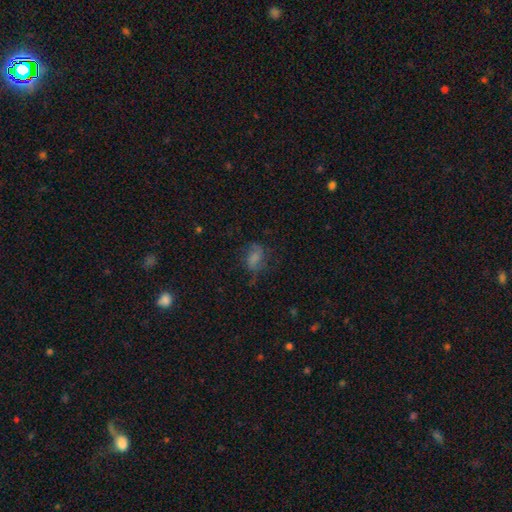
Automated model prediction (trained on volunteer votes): Morphology: type=smooth (49%); merging=none (60%).